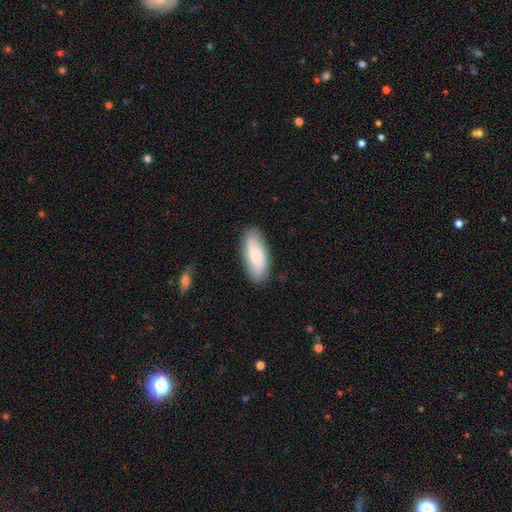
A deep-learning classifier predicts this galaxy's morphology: This is likely a smooth galaxy (71%). How rounded: likely in between (78%). Merging: clearly none (85%).